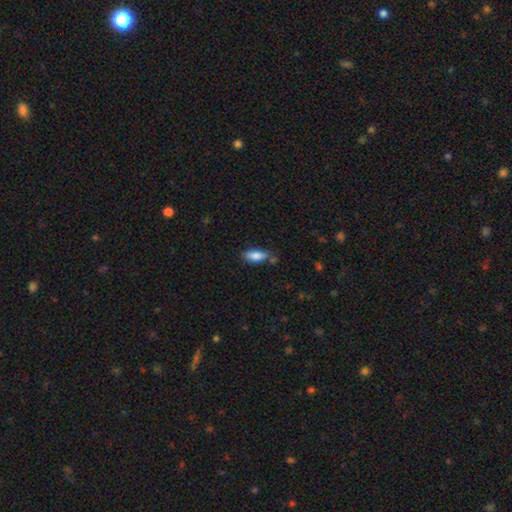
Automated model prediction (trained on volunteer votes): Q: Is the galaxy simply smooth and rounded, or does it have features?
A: smooth — 83%.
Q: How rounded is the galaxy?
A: in between — 76%.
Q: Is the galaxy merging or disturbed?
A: none — 67%.